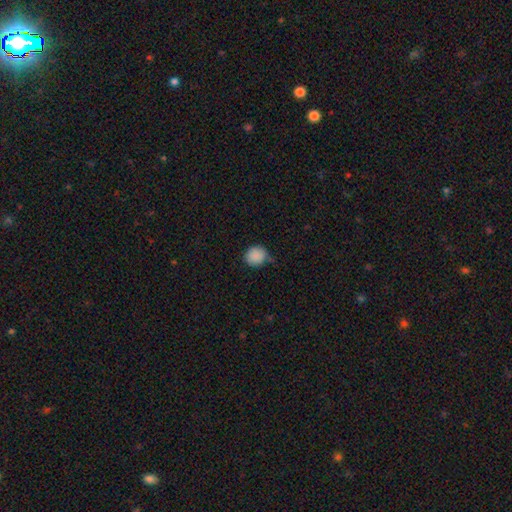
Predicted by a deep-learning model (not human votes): smooth-or-featured: smooth: 88% | star or artifact: 9% | featured or disk: 3%
  how-rounded: round: 79% | in between: 20% | cigar-shaped: 1%
  merging: none: 67% | minor disturbance: 26% | major disturbance: 5% | merger: 3%